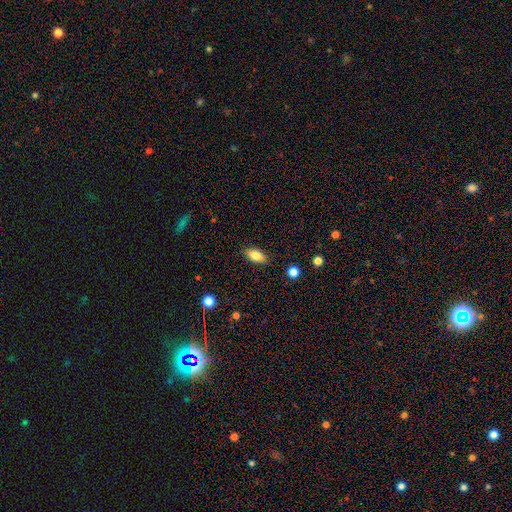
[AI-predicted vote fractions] A smooth galaxy with no disk features (81%) that is in between round and cigar-shaped (89%). Merging: none (87%).